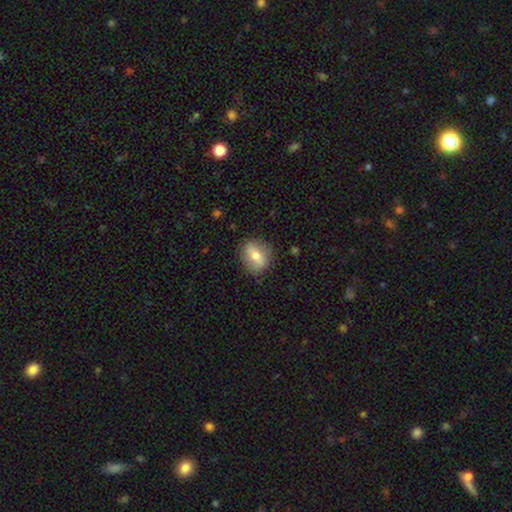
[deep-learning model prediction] smooth 61%, featured or disk 31%, star or artifact 8%. Down the decision tree: how rounded — round (51%); merging — none (82%).